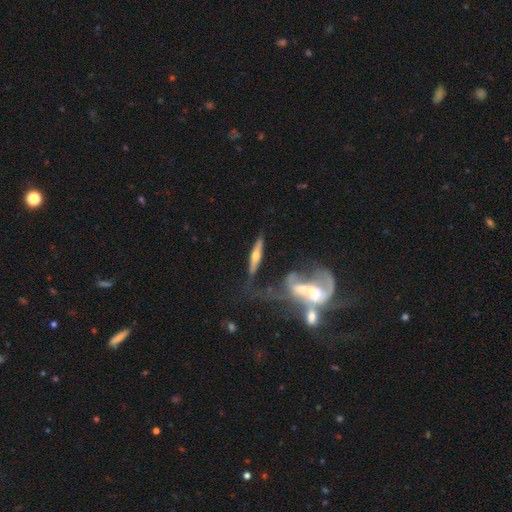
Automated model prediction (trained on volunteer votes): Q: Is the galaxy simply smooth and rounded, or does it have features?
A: featured or disk — 64%.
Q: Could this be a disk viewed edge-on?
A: yes — 89%.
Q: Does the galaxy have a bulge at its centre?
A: rounded — 88%.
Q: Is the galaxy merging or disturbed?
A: none — 64%.